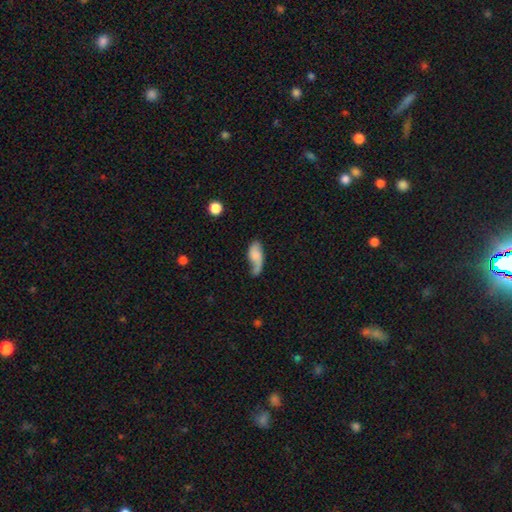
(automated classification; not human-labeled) Overall: smooth (55%; featured or disk 37%). How rounded: in between (83%). Merging: none (38%; minor disturbance 32%).